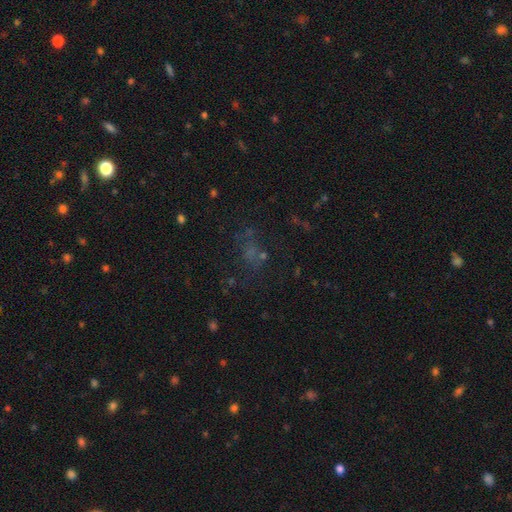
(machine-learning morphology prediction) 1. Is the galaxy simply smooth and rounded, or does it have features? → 43% star or artifact, 36% smooth, 21% featured or disk.